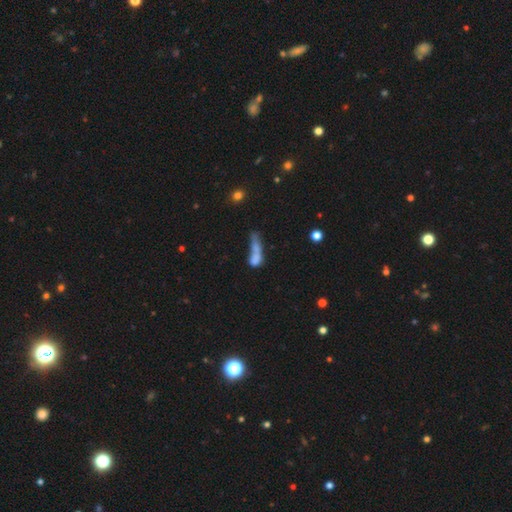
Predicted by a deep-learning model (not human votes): Smooth or featured?
  - smooth: 62% *
  - featured or disk: 25%
  - star or artifact: 13%
How rounded?
  - cigar-shaped: 46% *
  - in between: 43%
  - round: 11%
Merging?
  - merger: 42% *
  - major disturbance: 24%
  - none: 20%
  - minor disturbance: 14%